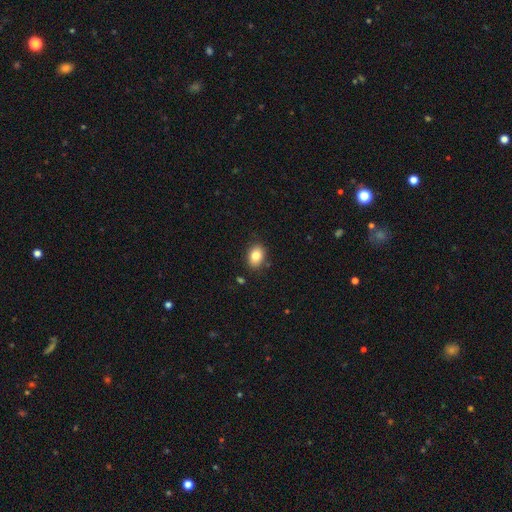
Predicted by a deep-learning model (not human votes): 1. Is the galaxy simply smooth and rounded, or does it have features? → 82% smooth, 9% featured or disk, 9% star or artifact.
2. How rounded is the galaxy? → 74% in between, 25% round, 1% cigar-shaped.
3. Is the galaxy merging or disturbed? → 85% none, 10% minor disturbance, 2% major disturbance, 2% merger.